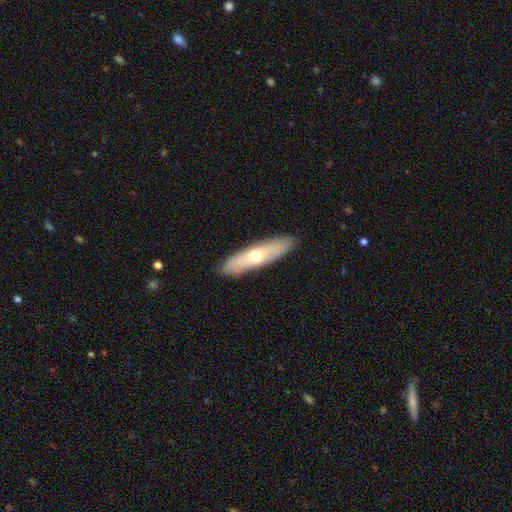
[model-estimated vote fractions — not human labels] Smooth or featured?
  - smooth: 49% *
  - featured or disk: 45%
  - star or artifact: 6%
Merging?
  - none: 89% *
  - minor disturbance: 8%
  - major disturbance: 2%
  - merger: 1%